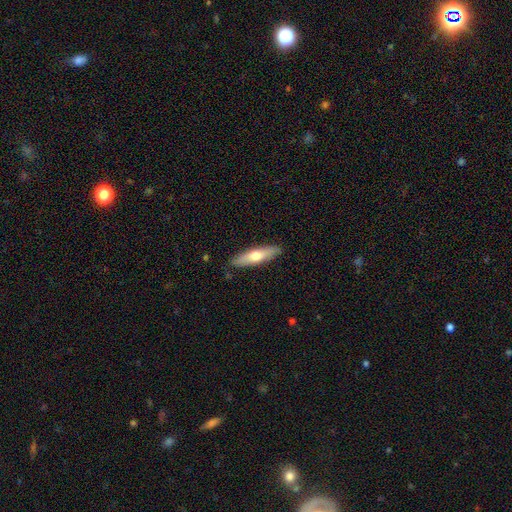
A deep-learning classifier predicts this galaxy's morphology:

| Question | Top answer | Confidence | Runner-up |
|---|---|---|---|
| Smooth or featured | smooth | 58% | featured or disk (36%) |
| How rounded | cigar-shaped | 69% | in between (29%) |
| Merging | none | 88% | minor disturbance (9%) |